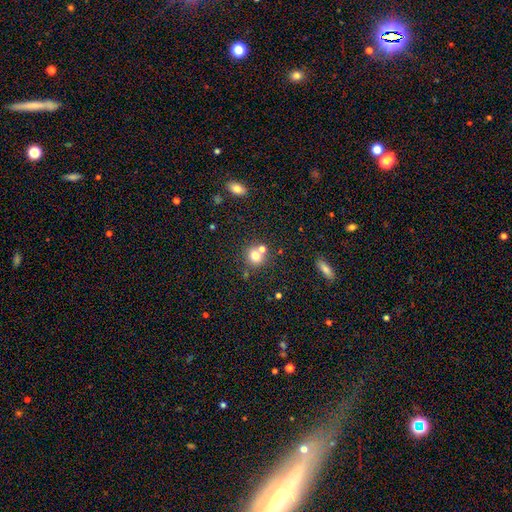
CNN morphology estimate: smooth 73%, star or artifact 15%, featured or disk 12%. Down the decision tree: how rounded — round (85%); merging — none (57%).